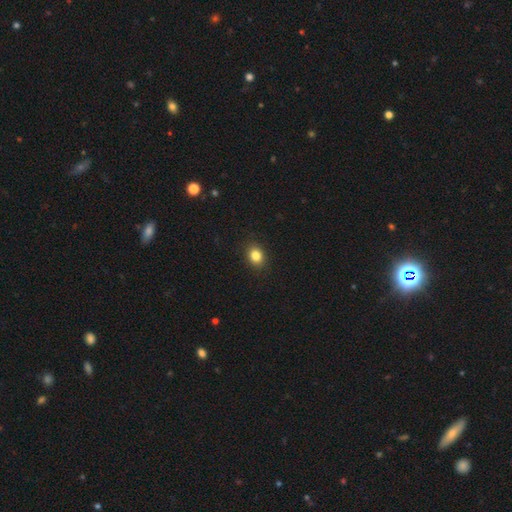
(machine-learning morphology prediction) This appears to be a smooth galaxy with no disk features (84%) that is in between round and cigar-shaped (50%). Merging: none (90%).